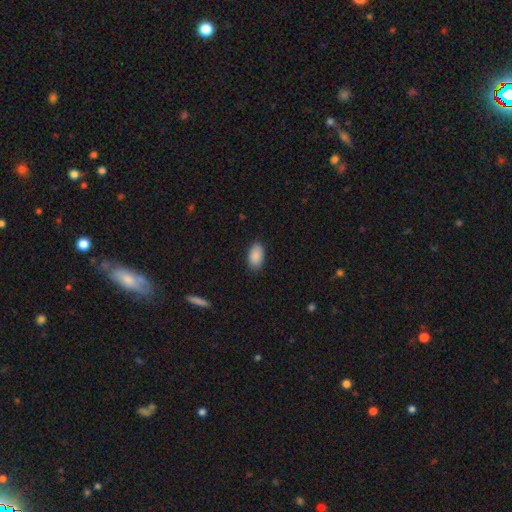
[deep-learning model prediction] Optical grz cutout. It shows a smooth galaxy with no disk features (89%) that is in between round and cigar-shaped (93%). Merging: none (87%).